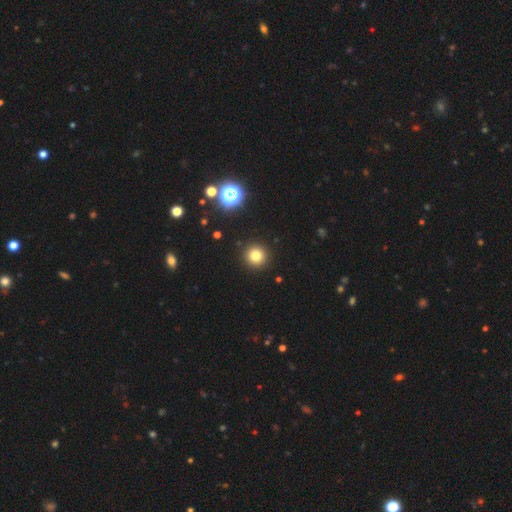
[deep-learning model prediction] The model was most divided on "smooth or featured": smooth: 79%, star or artifact: 14%, featured or disk: 6%. More confident: how rounded — round (95%); merging — none (92%).